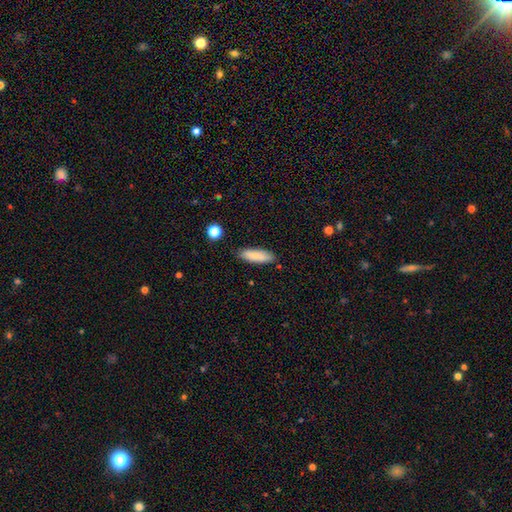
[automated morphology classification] Smooth or featured? smooth (84%)
How rounded? cigar-shaped (52%)
Merging? none (85%)